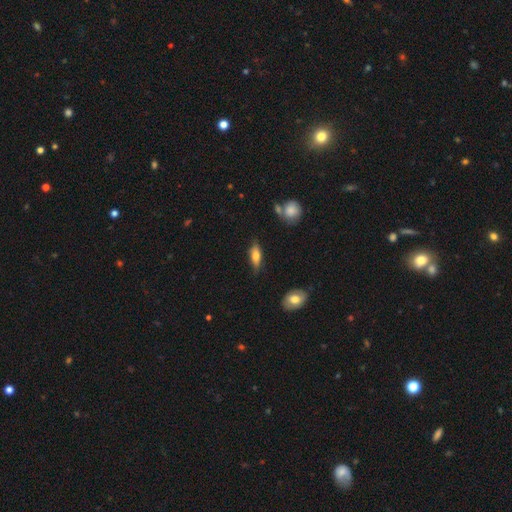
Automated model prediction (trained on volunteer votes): This is likely a smooth galaxy (66%). How rounded: likely in between (66%). Merging: likely none (78%).